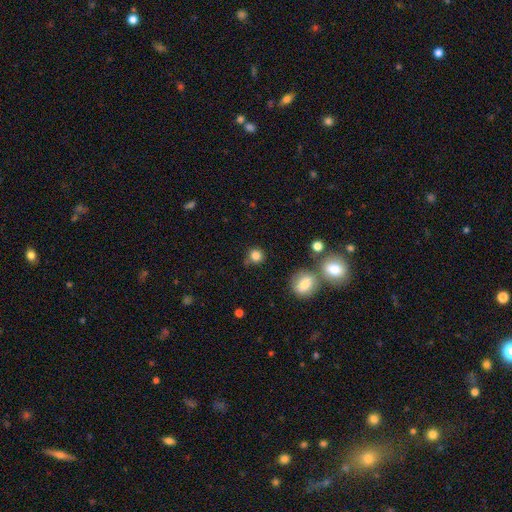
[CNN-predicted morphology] Smooth or featured: smooth — 83% (star or artifact — 12%)
How rounded: round — 89% (in between — 10%)
Merging: none — 75% (minor disturbance — 13%)